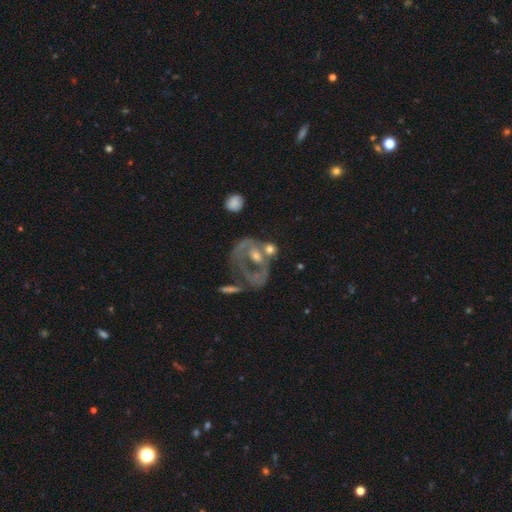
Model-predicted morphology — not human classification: Overall: featured or disk (64%; smooth 25%). Edge-on disk: no (96%). Bar: no (71%). Spiral arms: no (67%; yes 33%). Bulge size: moderate (46%; small 30%). Merging: none (29%, tied with merger).